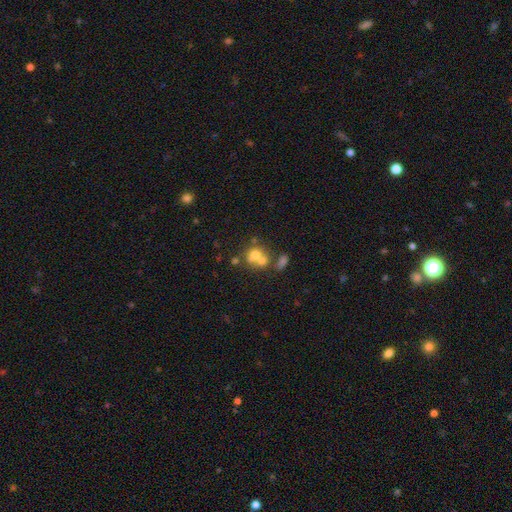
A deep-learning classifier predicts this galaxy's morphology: Smooth or featured: smooth — 60% (featured or disk — 24%)
How rounded: round — 74% (in between — 25%)
Merging: merger — 52% (none — 36%)